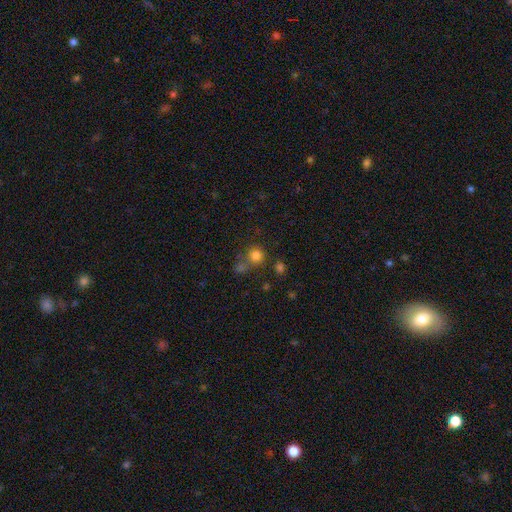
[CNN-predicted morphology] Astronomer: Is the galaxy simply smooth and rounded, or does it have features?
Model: smooth — 78%.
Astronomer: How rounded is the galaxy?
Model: round — 90%.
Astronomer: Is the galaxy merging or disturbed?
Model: none — 65%.